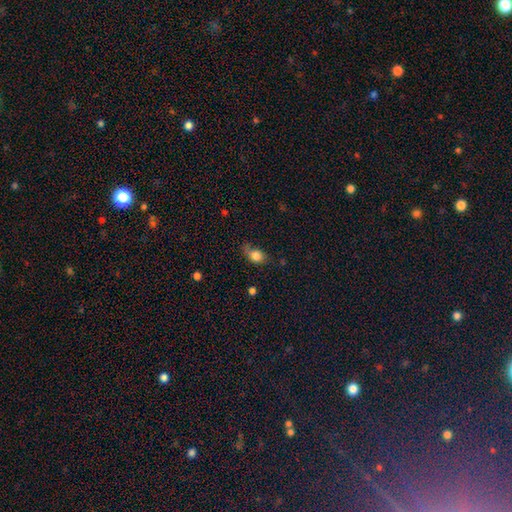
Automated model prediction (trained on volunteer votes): The model was most divided on "how rounded": in between: 55%, round: 42%, cigar-shaped: 2%. Remaining: smooth or featured — smooth (81%); merging — none (47%).